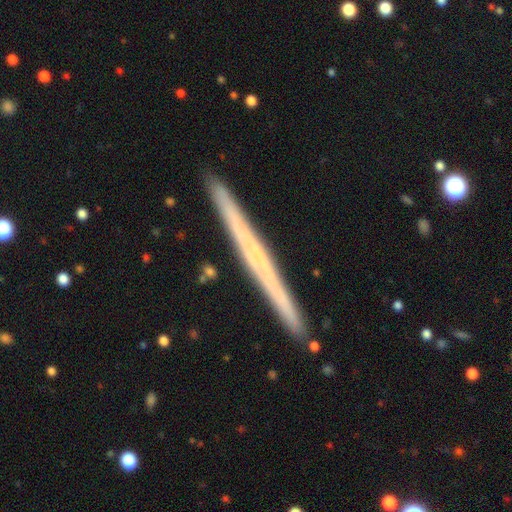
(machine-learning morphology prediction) Smooth or featured: featured or disk — 63% (smooth — 30%)
Edge-on disk: yes — 97% (no — 3%)
Edge-on bulge: none — 81% (rounded — 15%)
Merging: none — 92% (minor disturbance — 6%)